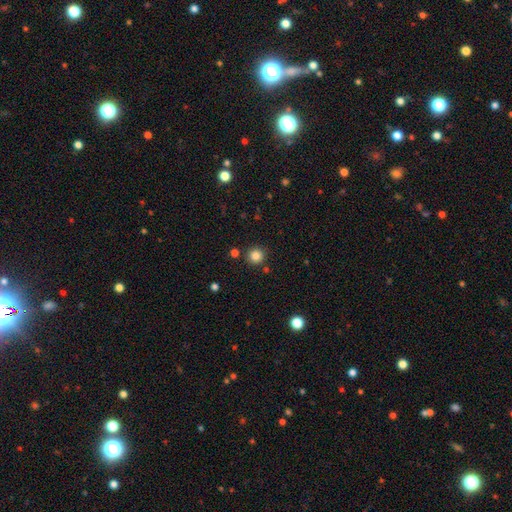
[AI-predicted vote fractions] This is clearly a smooth galaxy (84%). How rounded: clearly round (93%). Merging: clearly none (87%).